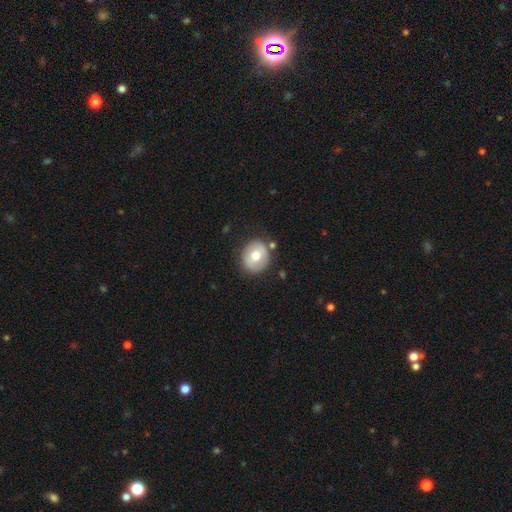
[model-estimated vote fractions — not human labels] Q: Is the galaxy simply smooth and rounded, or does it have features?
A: smooth — 64%.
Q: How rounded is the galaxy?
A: round — 80%.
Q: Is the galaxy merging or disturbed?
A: none — 80%.